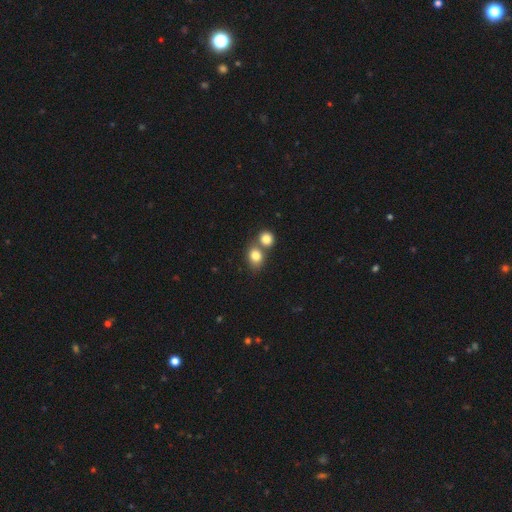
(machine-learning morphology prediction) Q: Smooth or featured?
A: smooth (82%); runner-up: star or artifact (10%)
Q: How rounded?
A: round (58%); runner-up: in between (41%)
Q: Merging?
A: merger (45%); runner-up: none (44%)